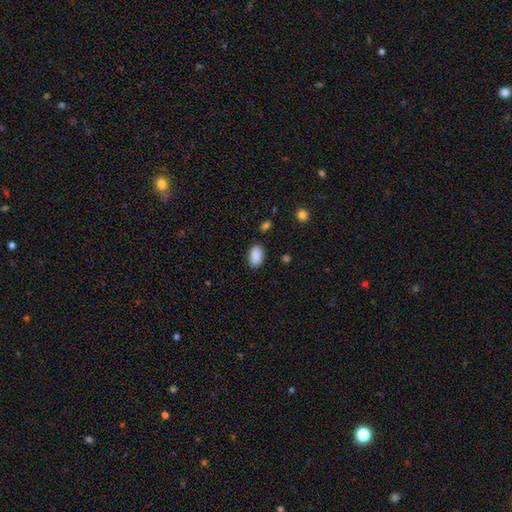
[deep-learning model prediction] smooth 89%, star or artifact 7%, featured or disk 4%. Down the decision tree: how rounded — in between (91%); merging — none (84%).